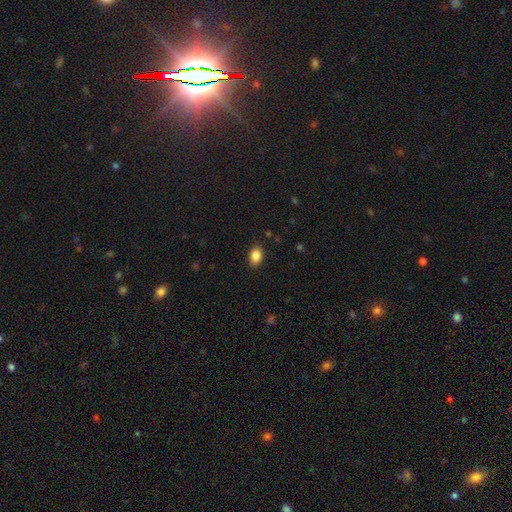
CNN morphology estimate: The model was most divided on "how rounded": in between: 81%, round: 18%, cigar-shaped: 1%. More confident: smooth or featured — smooth (87%); merging — none (87%).